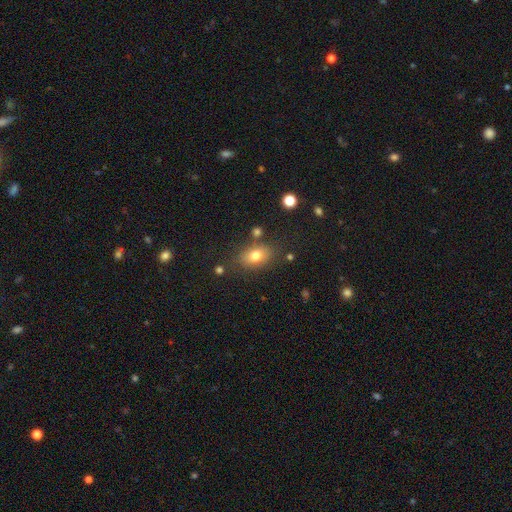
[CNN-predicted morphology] smooth-or-featured: smooth: 77% | featured or disk: 12% | star or artifact: 11%
  how-rounded: in between: 80% | round: 18% | cigar-shaped: 2%
  merging: none: 76% | minor disturbance: 14% | merger: 6% | major disturbance: 5%